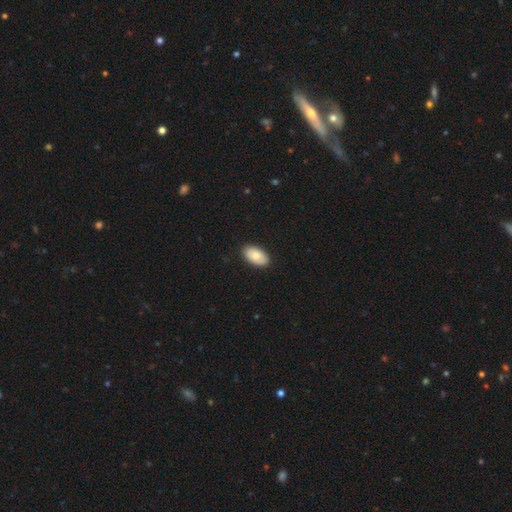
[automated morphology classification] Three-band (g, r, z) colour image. It shows a smooth galaxy with no disk features (78%) that is in between round and cigar-shaped (95%). Merging: none (89%).